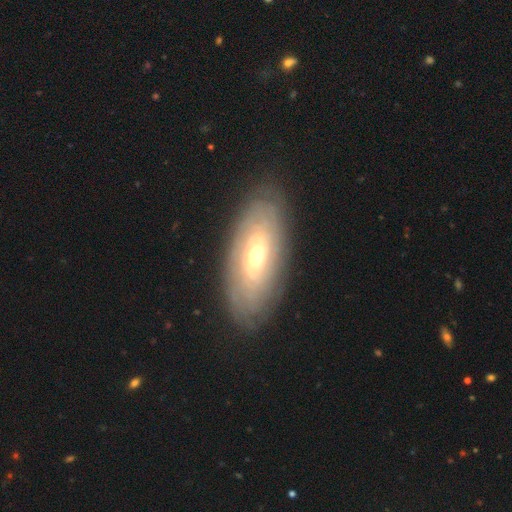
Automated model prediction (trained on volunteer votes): smooth-or-featured: featured or disk: 65% | smooth: 28% | star or artifact: 7%
  disk-edge-on: no: 87% | yes: 13%
    bar: no: 63% | weak: 28% | strong: 9%
    has-spiral-arms: yes: 67% | no: 33%
    bulge-size: moderate: 55% | small: 37% | large: 6% | dominant: 1% | none: 1%
  merging: none: 84% | minor disturbance: 11% | major disturbance: 4% | merger: 1%